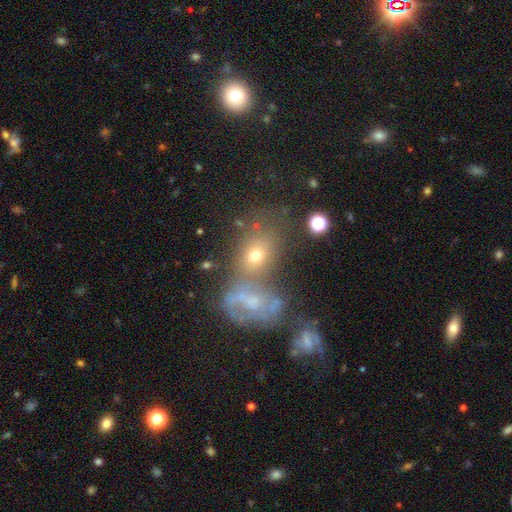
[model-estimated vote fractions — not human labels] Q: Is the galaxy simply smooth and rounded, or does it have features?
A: smooth — 58%.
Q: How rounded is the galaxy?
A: in between — 59%.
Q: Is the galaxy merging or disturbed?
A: merger — 39%.